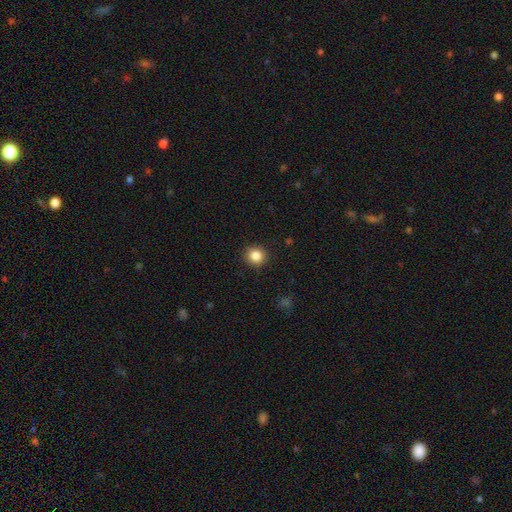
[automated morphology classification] This is clearly a smooth galaxy (85%). How rounded: clearly round (89%). Merging: clearly none (91%).